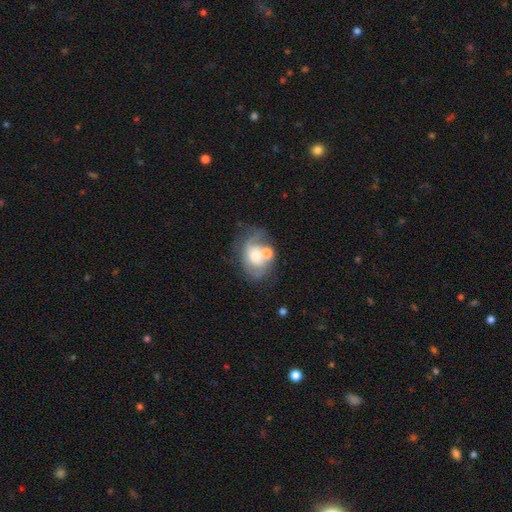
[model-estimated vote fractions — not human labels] Smooth or featured: featured or disk — 50% (smooth — 40%)
Edge-on disk: no — 97% (yes — 3%)
Merging: none — 35% (merger — 26%)